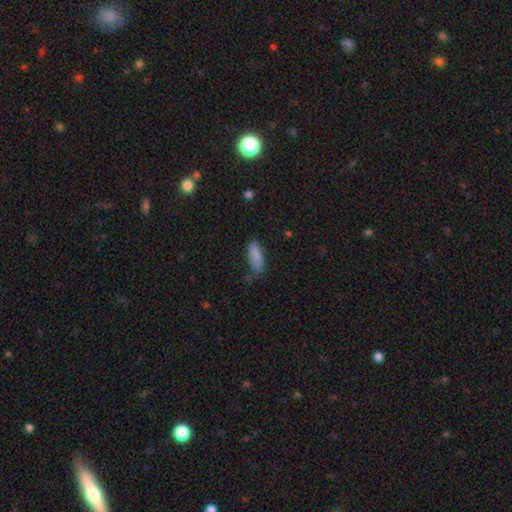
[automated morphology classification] type=smooth (86%); roundness=in between (69%); merging=none (71%).